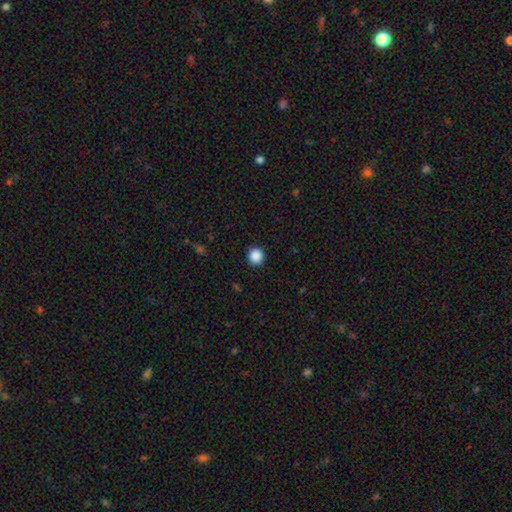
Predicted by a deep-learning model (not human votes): smooth 88%, star or artifact 10%, featured or disk 3%. Down the decision tree: how rounded — round (93%); merging — none (92%).